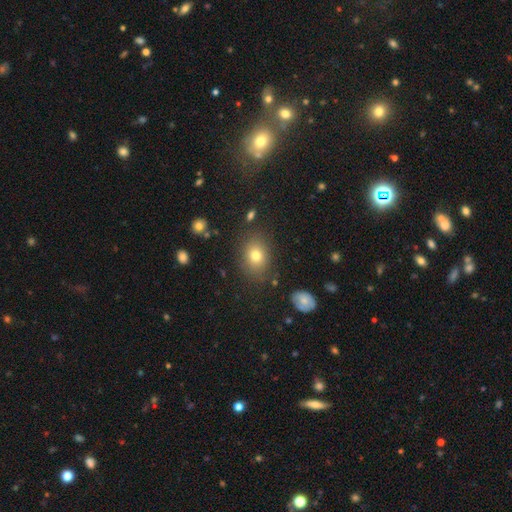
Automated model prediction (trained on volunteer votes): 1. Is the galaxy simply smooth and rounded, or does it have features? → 76% smooth, 13% star or artifact, 11% featured or disk.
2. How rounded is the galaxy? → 58% in between, 41% round, 1% cigar-shaped.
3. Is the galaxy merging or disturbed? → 82% none, 11% minor disturbance, 4% major disturbance, 3% merger.